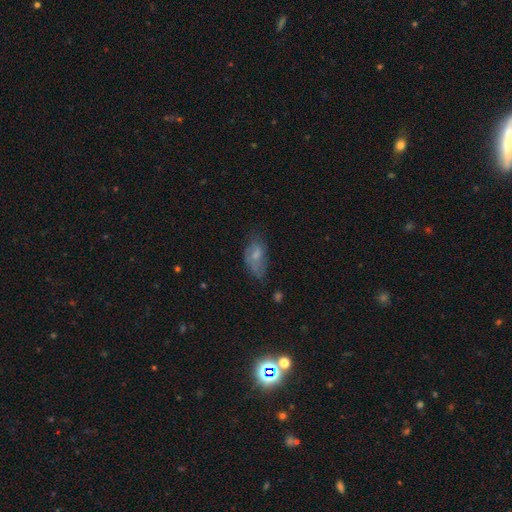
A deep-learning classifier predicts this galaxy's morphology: This is possibly a smooth galaxy (59%). How rounded: clearly in between (89%). Merging: possibly none (46%).